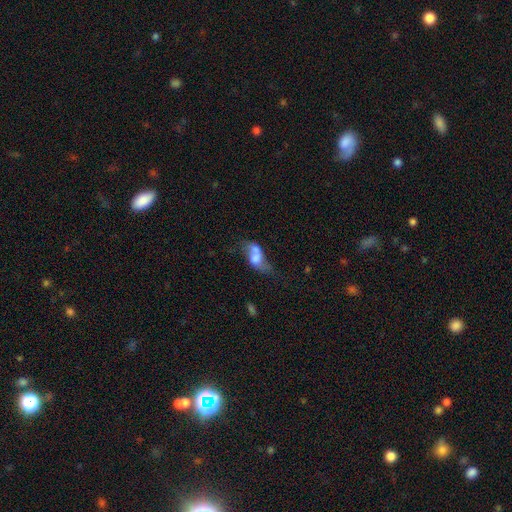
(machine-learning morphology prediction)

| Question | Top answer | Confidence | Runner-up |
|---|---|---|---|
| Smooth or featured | smooth | 48% | featured or disk (42%) |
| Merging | merger | 40% | none (22%) |